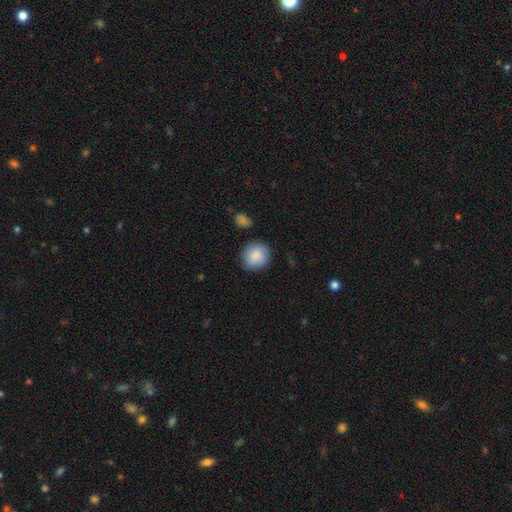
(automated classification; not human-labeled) This appears to be a smooth galaxy with no disk features (87%) that is round (83%). Merging: none (83%).